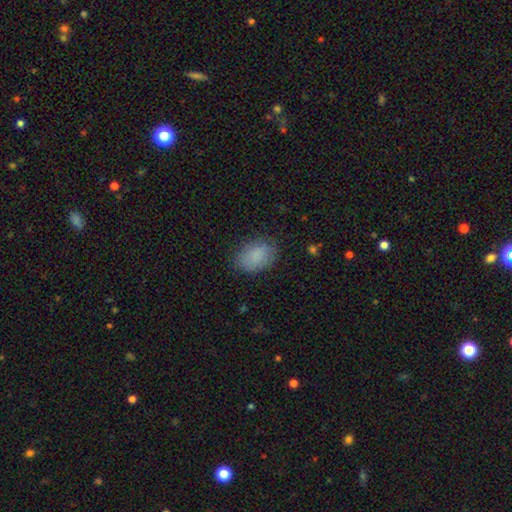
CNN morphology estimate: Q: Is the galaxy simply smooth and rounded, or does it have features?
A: smooth — 86%.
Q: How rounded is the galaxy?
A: in between — 81%.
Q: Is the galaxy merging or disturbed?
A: none — 80%.